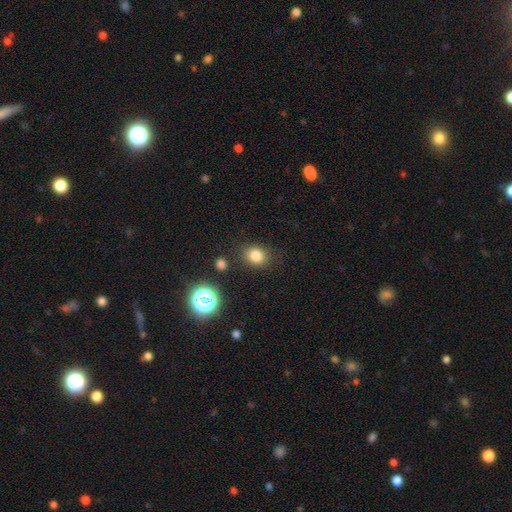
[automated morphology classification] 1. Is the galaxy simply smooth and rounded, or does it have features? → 80% smooth, 14% star or artifact, 6% featured or disk.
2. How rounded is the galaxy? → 62% round, 37% in between, 1% cigar-shaped.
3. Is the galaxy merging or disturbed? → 82% none, 11% minor disturbance, 4% major disturbance, 3% merger.